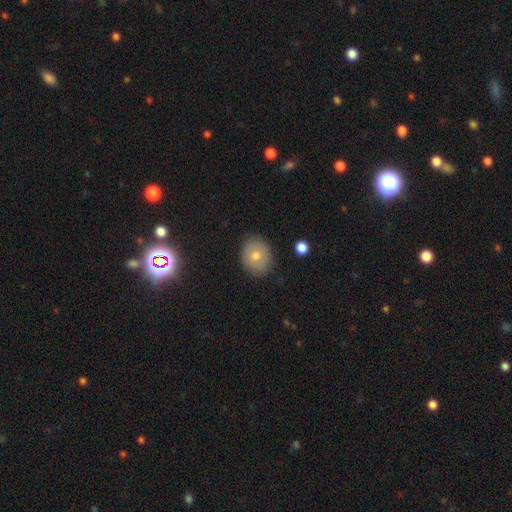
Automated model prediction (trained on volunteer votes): Smooth or featured? Predicted: smooth (p=0.66). How rounded? Predicted: round (p=0.60). Merging? Predicted: none (p=0.87).